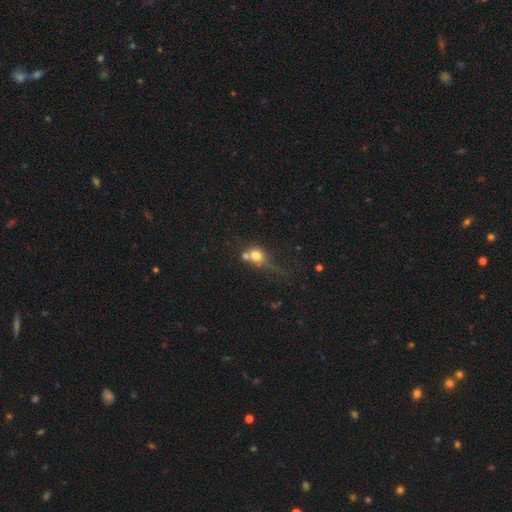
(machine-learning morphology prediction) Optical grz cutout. It shows a smooth galaxy with no disk features (68%) that is round (66%). Merging: merger (39%).